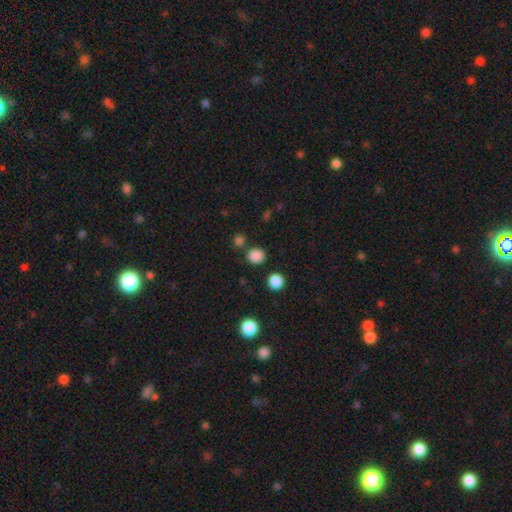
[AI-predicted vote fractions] This is clearly a smooth galaxy (84%). How rounded: clearly round (82%). Merging: clearly none (82%).